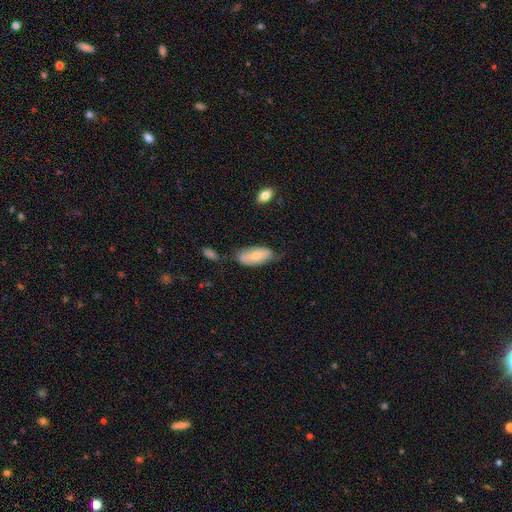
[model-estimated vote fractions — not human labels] The model was most divided on "merging": none: 51%, minor disturbance: 33%, major disturbance: 11%, merger: 5%. More confident: how rounded — in between (89%); smooth or featured — smooth (62%).